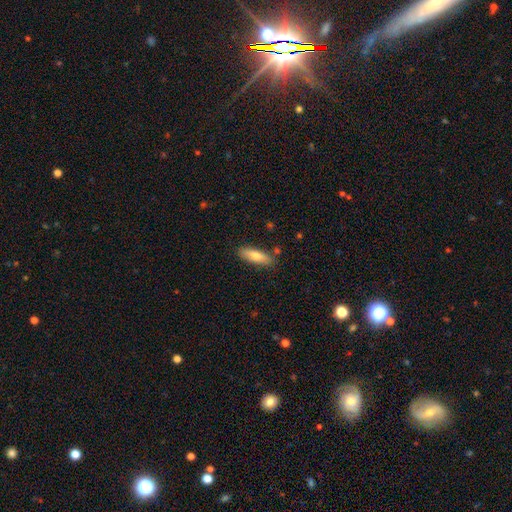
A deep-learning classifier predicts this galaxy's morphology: Smooth or featured? Predicted: smooth (p=0.75). How rounded? Predicted: in between (p=0.50). Merging? Predicted: none (p=0.83).